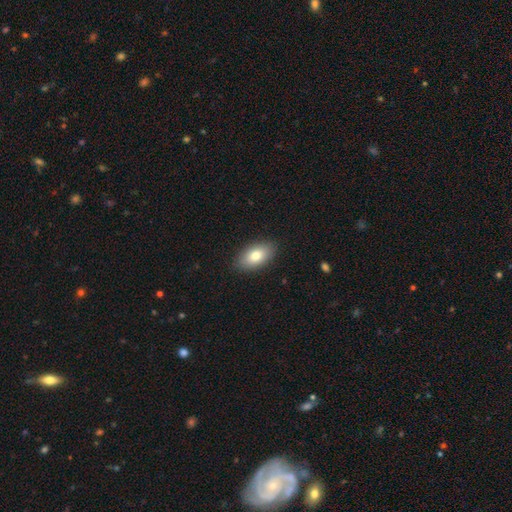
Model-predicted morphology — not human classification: type=smooth (79%); roundness=in between (92%); merging=none (88%).